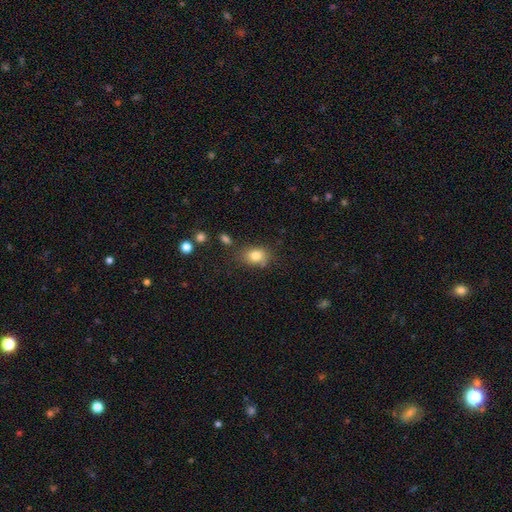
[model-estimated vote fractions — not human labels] smooth 81%, star or artifact 10%, featured or disk 9%. Down the decision tree: how rounded — in between (64%); merging — none (65%).